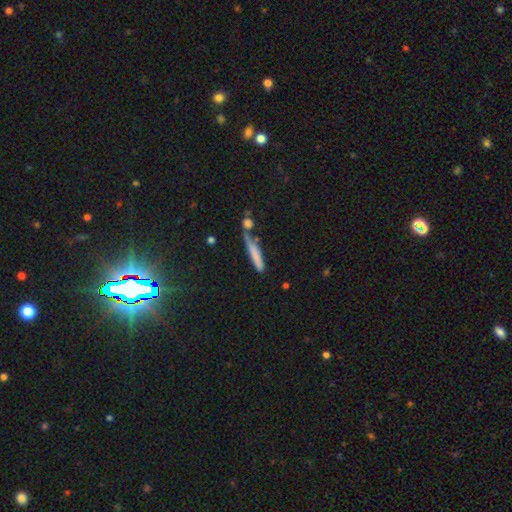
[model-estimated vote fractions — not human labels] The model was most divided on "merging": none: 51%, merger: 21%, minor disturbance: 20%, major disturbance: 9%. More confident: how rounded — cigar-shaped (89%); smooth or featured — smooth (70%).